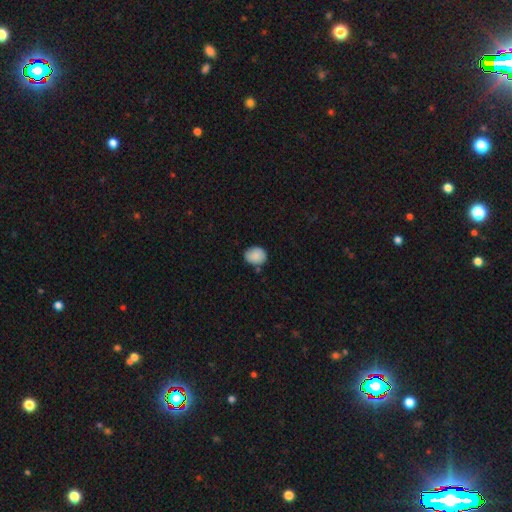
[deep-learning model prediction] Overall: smooth (85%). How rounded: round (59%; in between 40%). Merging: none (72%).